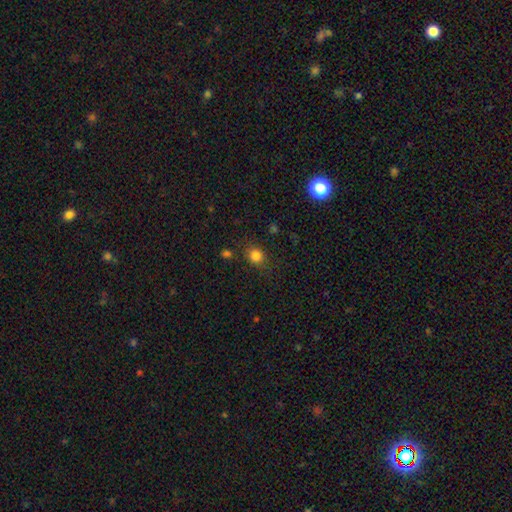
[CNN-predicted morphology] type=smooth (81%); roundness=round (77%); merging=none (80%).